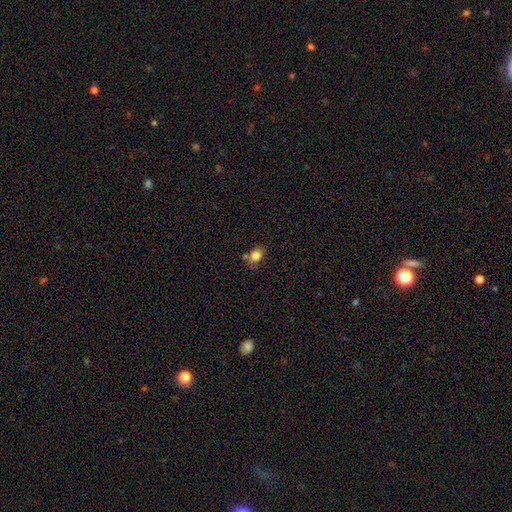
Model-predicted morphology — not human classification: smooth-or-featured: smooth: 83% | star or artifact: 10% | featured or disk: 7%
  how-rounded: in between: 58% | round: 41% | cigar-shaped: 1%
  merging: none: 63% | minor disturbance: 18% | merger: 14% | major disturbance: 5%